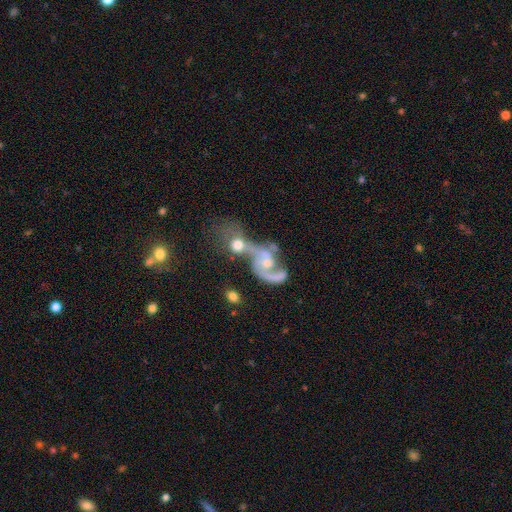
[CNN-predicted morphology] featured or disk 61%, smooth 23%, star or artifact 16%. Down the decision tree: edge-on disk — no (94%); bar — no (70%); spiral arms — yes (64%); bulge size — moderate (44%); merging — merger (59%).